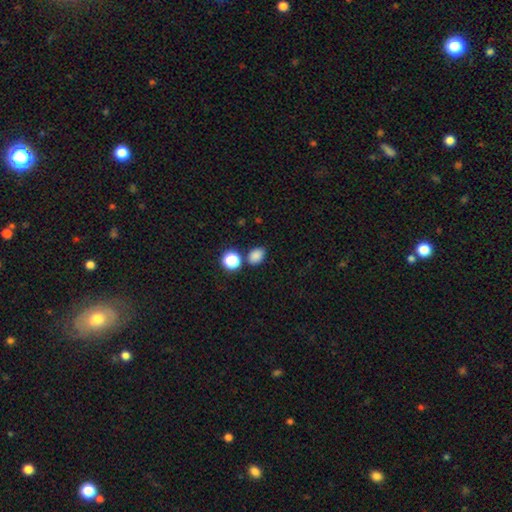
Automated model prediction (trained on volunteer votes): Smooth or featured? Predicted: smooth (p=0.83). How rounded? Predicted: in between (p=0.68). Merging? Predicted: none (p=0.75).